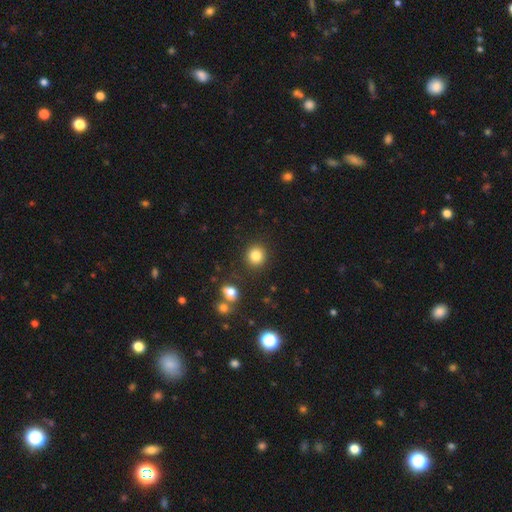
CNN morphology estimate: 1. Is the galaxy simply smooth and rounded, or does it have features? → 84% smooth, 11% star or artifact, 5% featured or disk.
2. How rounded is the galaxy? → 89% round, 10% in between, 1% cigar-shaped.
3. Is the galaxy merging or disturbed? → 88% none, 7% minor disturbance, 3% merger, 3% major disturbance.